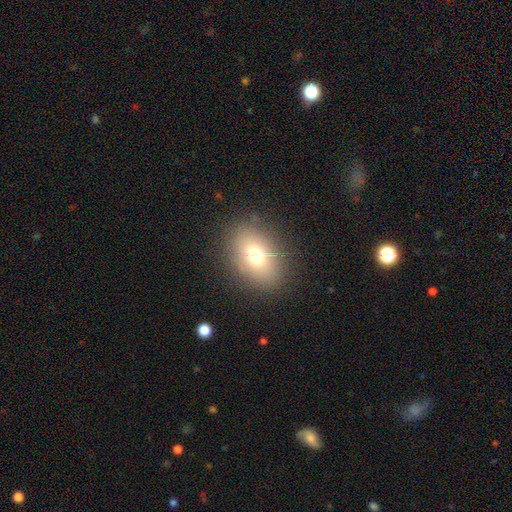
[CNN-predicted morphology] smooth 72%, featured or disk 15%, star or artifact 13%. Down the decision tree: how rounded — in between (74%); merging — none (85%).